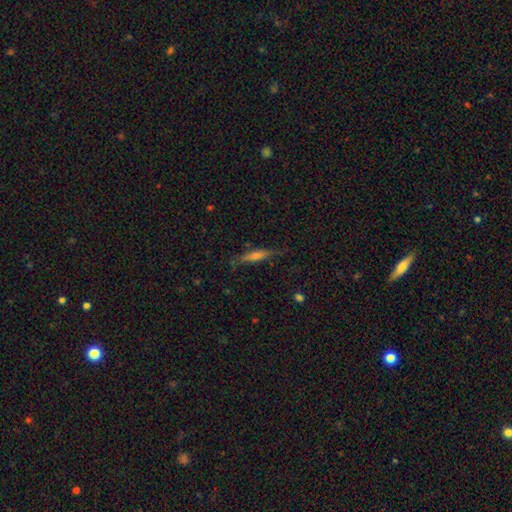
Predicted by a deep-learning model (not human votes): A smooth galaxy with no disk features (45%, tied with featured or disk).

Vote fractions:
- Smooth or featured? smooth: 45% (tied) / featured or disk: 45% (tied) / star or artifact: 10%
- Merging? none: 76% / minor disturbance: 17% / major disturbance: 5% / merger: 2%